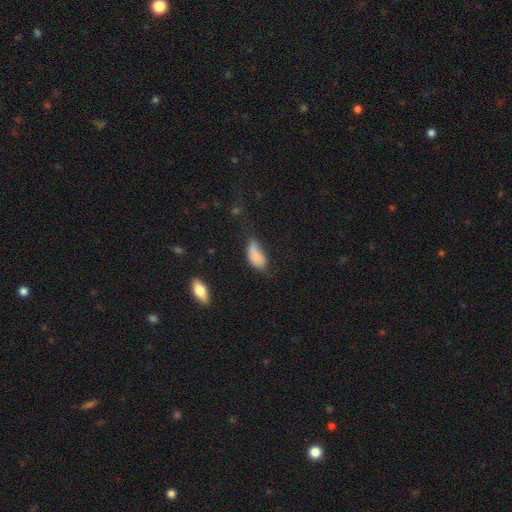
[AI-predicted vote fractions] This appears to be a smooth galaxy with no disk features (80%) that is in between round and cigar-shaped (90%). Merging: minor disturbance (38%).